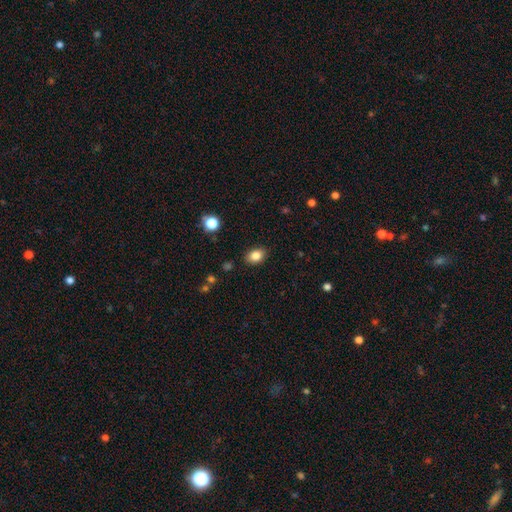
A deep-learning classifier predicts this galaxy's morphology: Overall: smooth (84%). How rounded: in between (71%). Merging: none (87%).